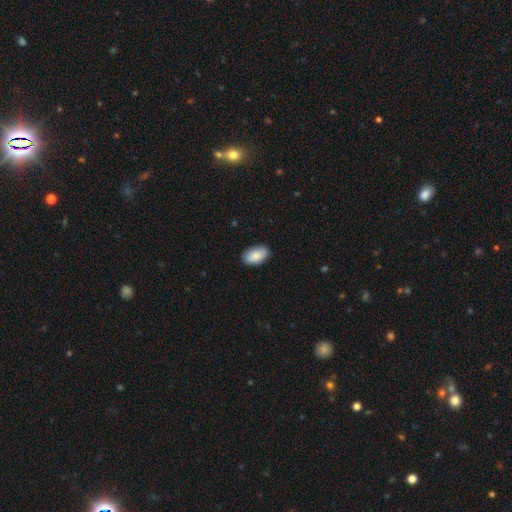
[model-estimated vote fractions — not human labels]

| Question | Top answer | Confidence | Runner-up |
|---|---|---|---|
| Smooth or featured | smooth | 87% | featured or disk (7%) |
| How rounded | in between | 94% | round (4%) |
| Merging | none | 87% | minor disturbance (11%) |